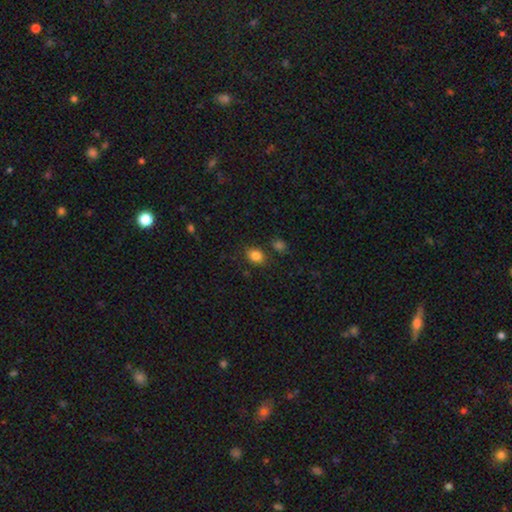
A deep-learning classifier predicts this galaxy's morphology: This appears to be a smooth galaxy with no disk features (84%) that is in between round and cigar-shaped (60%). Merging: none (76%).